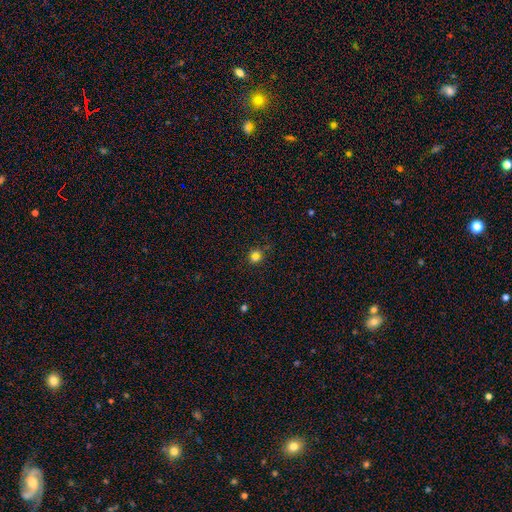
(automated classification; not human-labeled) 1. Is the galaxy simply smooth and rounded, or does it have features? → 52% smooth, 39% star or artifact, 10% featured or disk.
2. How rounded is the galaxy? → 83% round, 16% in between, 2% cigar-shaped.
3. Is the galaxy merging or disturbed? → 69% none, 16% merger, 10% minor disturbance, 5% major disturbance.